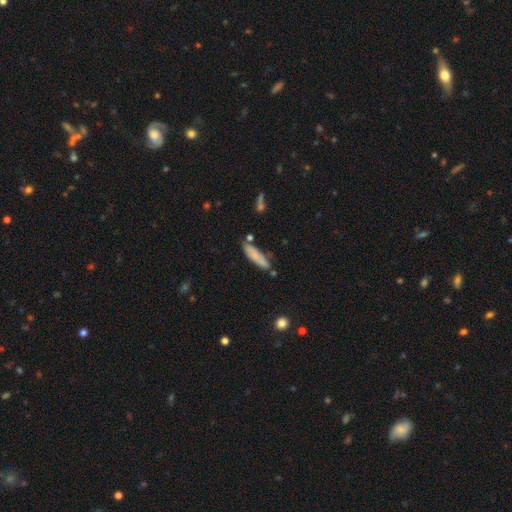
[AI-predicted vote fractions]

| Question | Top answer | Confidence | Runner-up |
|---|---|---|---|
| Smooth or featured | smooth | 77% | featured or disk (17%) |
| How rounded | cigar-shaped | 68% | in between (31%) |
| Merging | none | 70% | minor disturbance (19%) |